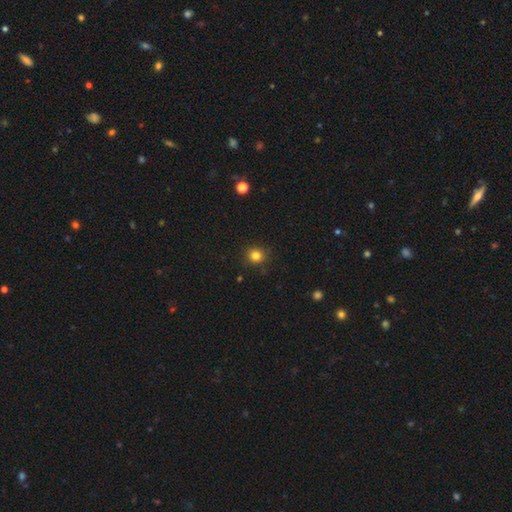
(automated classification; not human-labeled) Smooth or featured? smooth (82%)
How rounded? round (91%)
Merging? none (89%)